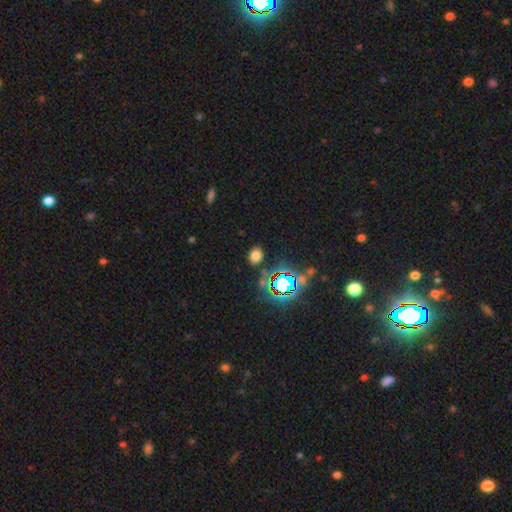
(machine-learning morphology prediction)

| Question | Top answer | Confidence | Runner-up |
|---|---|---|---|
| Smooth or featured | smooth | 67% | star or artifact (26%) |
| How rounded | in between | 51% | round (47%) |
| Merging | none | 83% | minor disturbance (10%) |